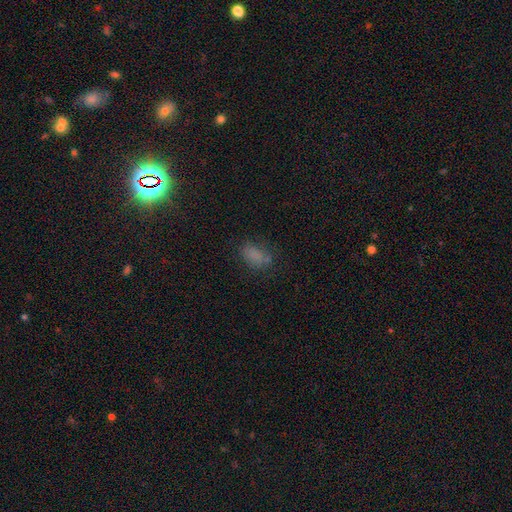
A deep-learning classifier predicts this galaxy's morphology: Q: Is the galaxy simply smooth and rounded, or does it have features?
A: smooth — 73%.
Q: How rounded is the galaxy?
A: in between — 85%.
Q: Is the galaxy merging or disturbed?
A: none — 67%.